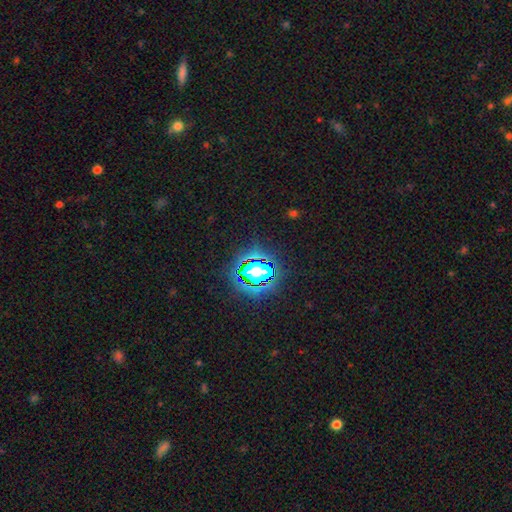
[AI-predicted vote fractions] Smooth or featured? Predicted: star or artifact (p=0.79).